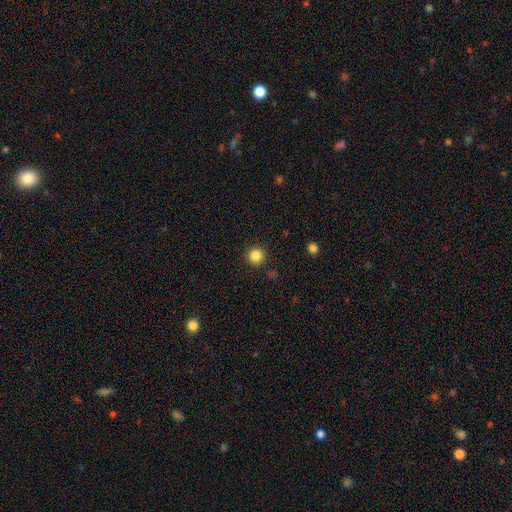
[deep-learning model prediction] Morphology: type=smooth (85%); roundness=round (95%); merging=none (91%).